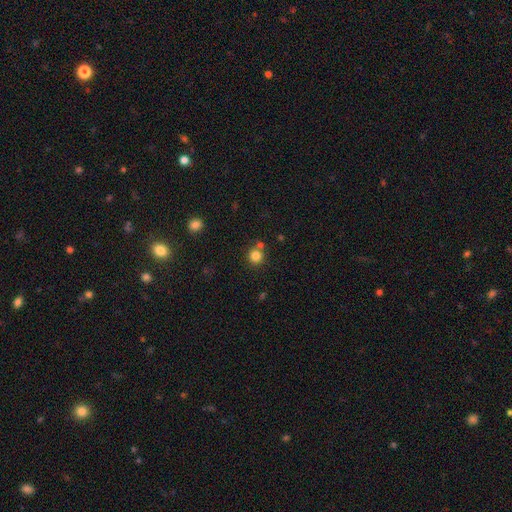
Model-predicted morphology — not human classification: A smooth galaxy with no disk features (82%) that is round (92%).

Vote fractions:
- Smooth or featured? smooth: 82% / star or artifact: 12% / featured or disk: 6%
- How rounded? round: 92% / in between: 7% / cigar-shaped: 1%
- Merging? none: 73% / merger: 16% / minor disturbance: 9% / major disturbance: 3%